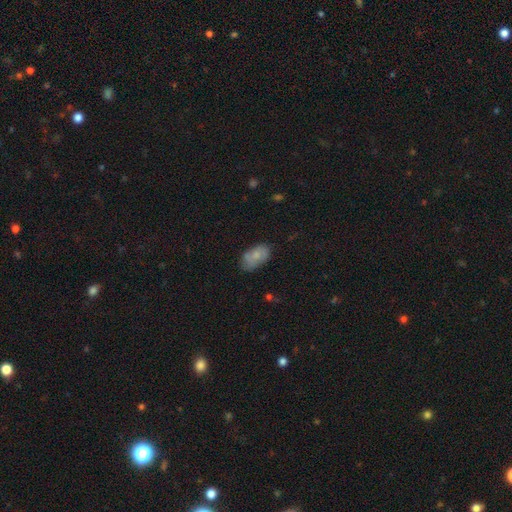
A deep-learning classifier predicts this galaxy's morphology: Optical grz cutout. It shows a smooth galaxy with no disk features (72%) that is in between round and cigar-shaped (93%). Merging: none (61%).